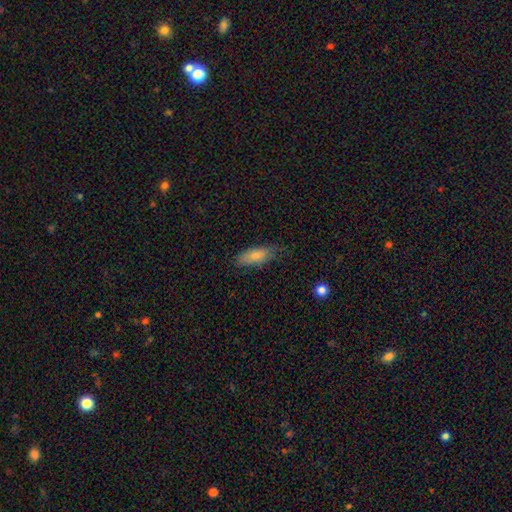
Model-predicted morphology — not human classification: Smooth or featured: smooth — 81% (featured or disk — 13%)
How rounded: in between — 71% (cigar-shaped — 27%)
Merging: none — 69% (minor disturbance — 25%)